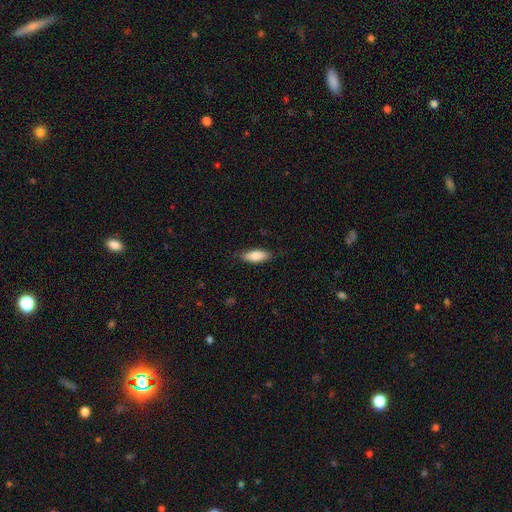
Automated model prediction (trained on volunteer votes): smooth_or_featured: smooth (p=0.83) [alt: featured or disk p=0.10]
how_rounded: in between (p=0.74) [alt: cigar-shaped p=0.24]
merging: none (p=0.80) [alt: minor disturbance p=0.16]